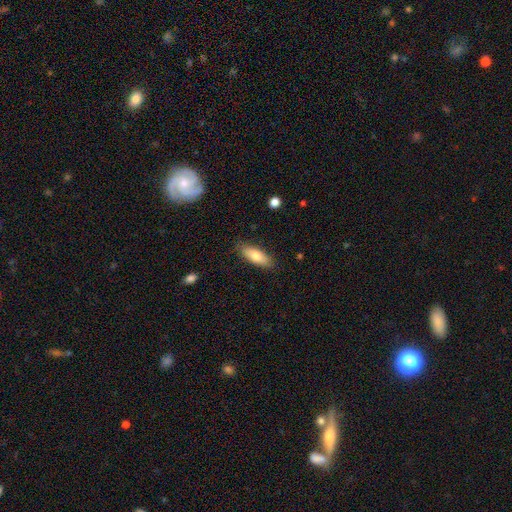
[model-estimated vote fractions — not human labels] Smooth or featured?
  - smooth: 75% *
  - featured or disk: 18%
  - star or artifact: 6%
How rounded?
  - in between: 68% *
  - cigar-shaped: 30%
  - round: 2%
Merging?
  - none: 85% *
  - minor disturbance: 12%
  - major disturbance: 2%
  - merger: 1%